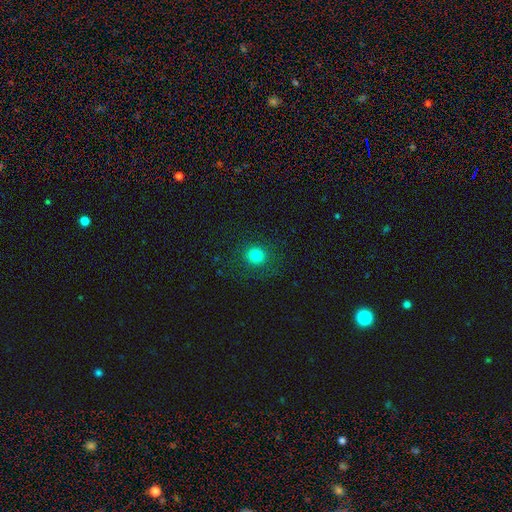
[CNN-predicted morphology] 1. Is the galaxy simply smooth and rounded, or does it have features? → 81% smooth, 13% star or artifact, 6% featured or disk.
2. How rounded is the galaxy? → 91% round, 8% in between, 1% cigar-shaped.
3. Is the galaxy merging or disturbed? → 88% none, 8% minor disturbance, 4% major disturbance, 1% merger.